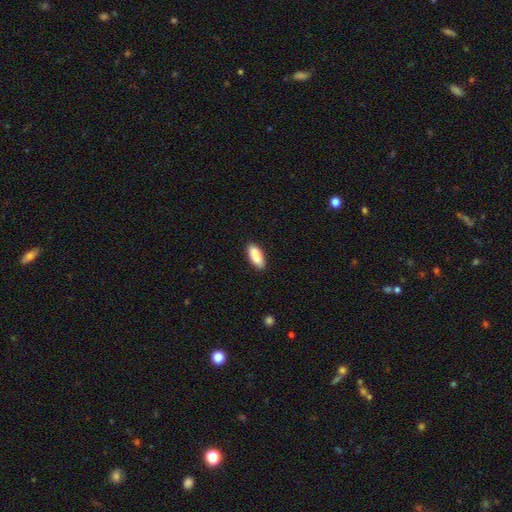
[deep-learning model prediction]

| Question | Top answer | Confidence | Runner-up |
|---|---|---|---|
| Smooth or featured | smooth | 89% | star or artifact (6%) |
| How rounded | in between | 74% | cigar-shaped (24%) |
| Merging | none | 86% | minor disturbance (11%) |